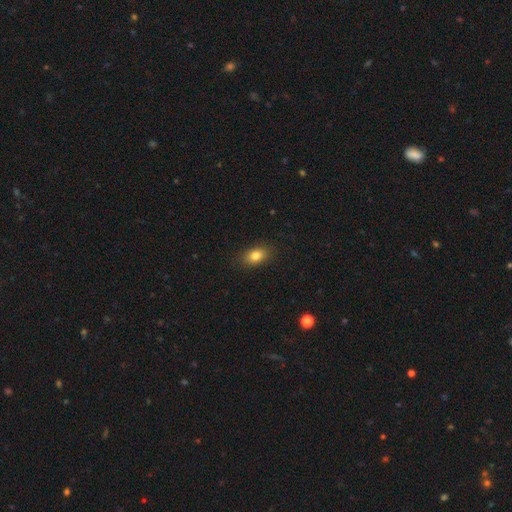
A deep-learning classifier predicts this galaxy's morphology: Smooth or featured? smooth (82%)
How rounded? in between (83%)
Merging? none (87%)